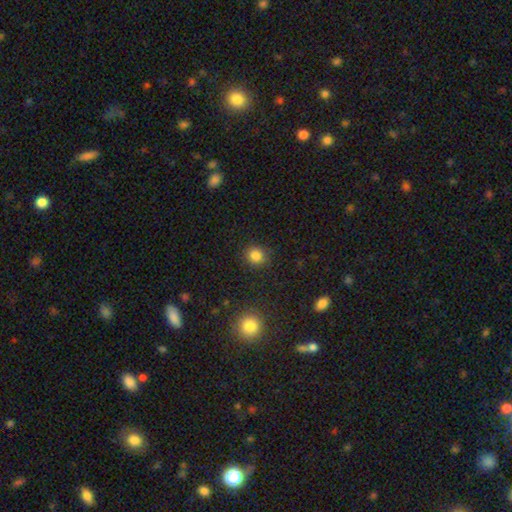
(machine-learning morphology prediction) smooth_or_featured: smooth (p=0.83) [alt: star or artifact p=0.13]
how_rounded: round (p=0.88) [alt: in between p=0.11]
merging: none (p=0.88) [alt: minor disturbance p=0.08]